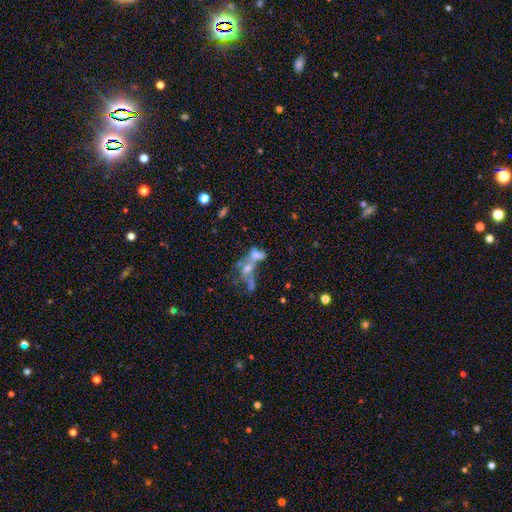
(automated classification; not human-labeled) Smooth or featured? Predicted: featured or disk (p=0.44). Merging? Predicted: merger (p=0.58).